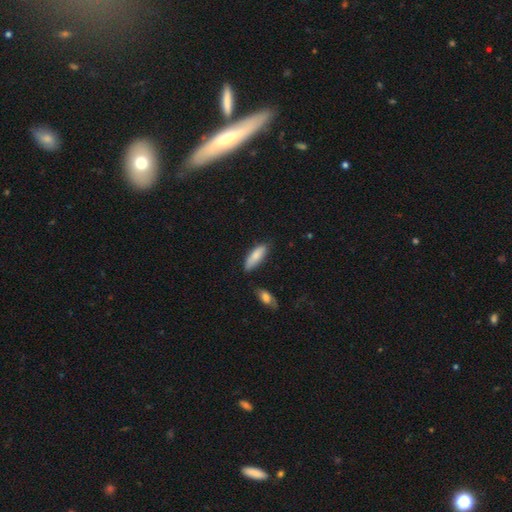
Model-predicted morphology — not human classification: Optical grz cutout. It shows a smooth galaxy with no disk features (83%) that is in between round and cigar-shaped (54%). Merging: none (71%).